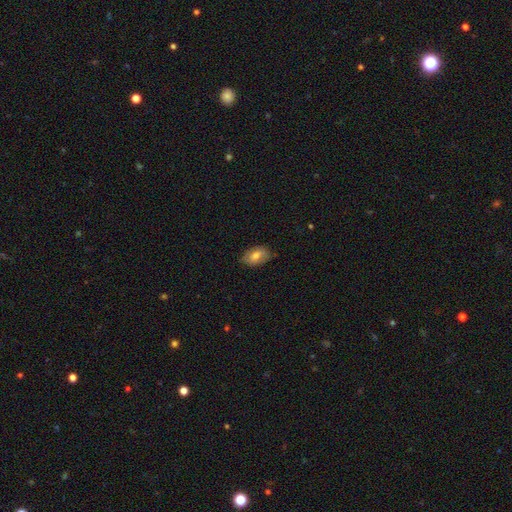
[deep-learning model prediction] smooth-or-featured: smooth: 71% | featured or disk: 21% | star or artifact: 7%
  how-rounded: in between: 90% | round: 8% | cigar-shaped: 2%
  merging: none: 79% | minor disturbance: 17% | major disturbance: 3% | merger: 1%